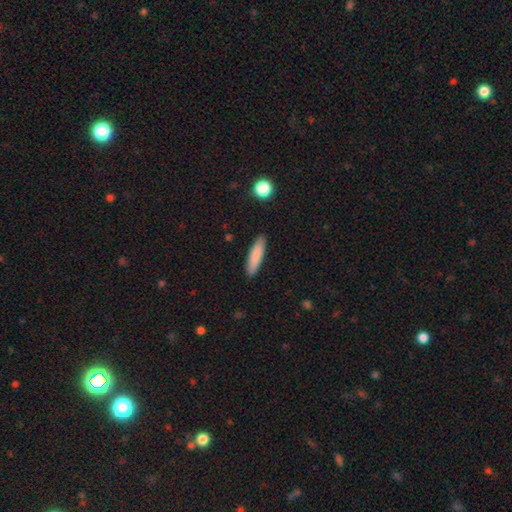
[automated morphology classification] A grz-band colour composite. It shows a smooth galaxy with no disk features (85%) that is cigar-shaped (76%). Merging: none (90%).